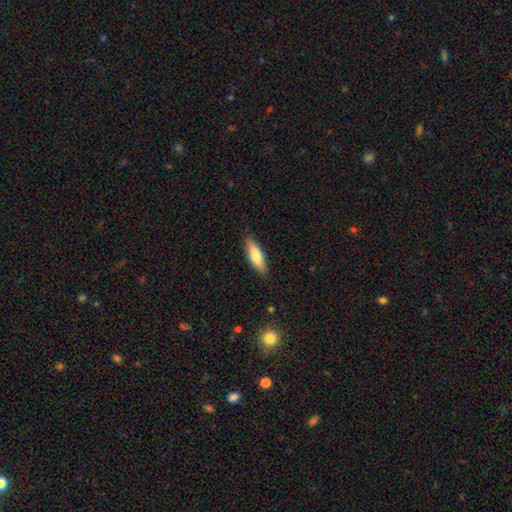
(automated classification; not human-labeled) Smooth or featured? smooth (79%)
How rounded? in between (55%)
Merging? none (86%)